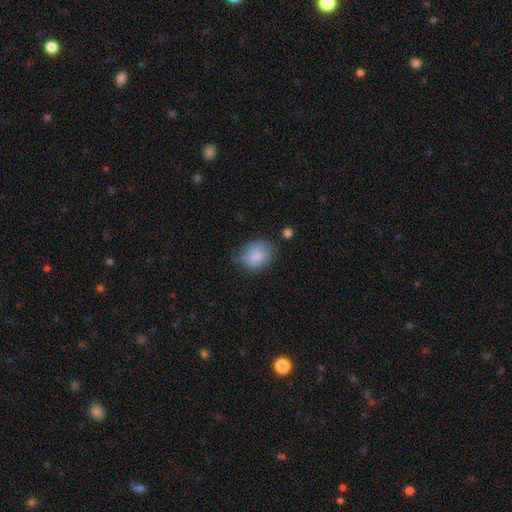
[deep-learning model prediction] Smooth or featured: smooth — 78% (featured or disk — 13%)
How rounded: round — 53% (in between — 46%)
Merging: none — 51% (minor disturbance — 34%)